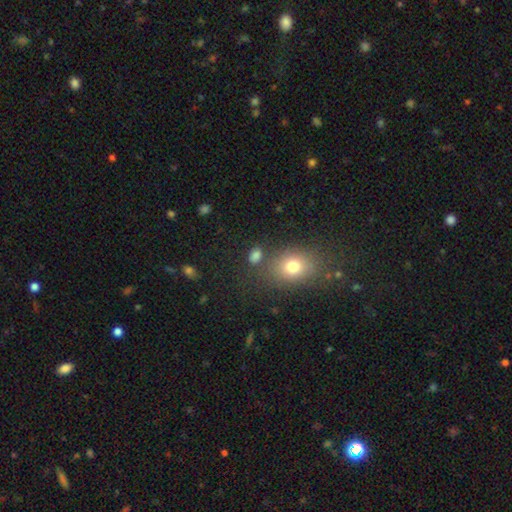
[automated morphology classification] smooth-or-featured: smooth: 78% | star or artifact: 15% | featured or disk: 7%
  how-rounded: in between: 72% | round: 25% | cigar-shaped: 2%
  merging: none: 70% | minor disturbance: 13% | merger: 11% | major disturbance: 6%